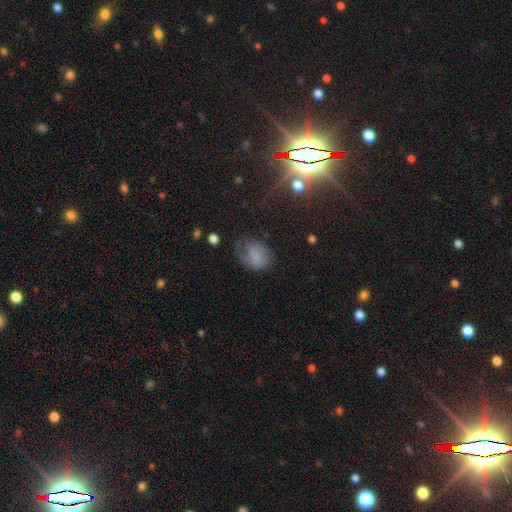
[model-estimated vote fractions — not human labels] A smooth galaxy with no disk features (53%) that is in between round and cigar-shaped (73%). Merging: none (51%).